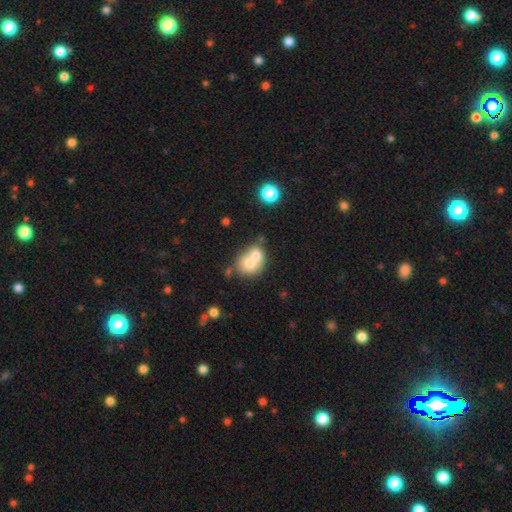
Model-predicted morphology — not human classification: smooth 68%, featured or disk 23%, star or artifact 9%. Down the decision tree: how rounded — round (61%); merging — merger (70%).